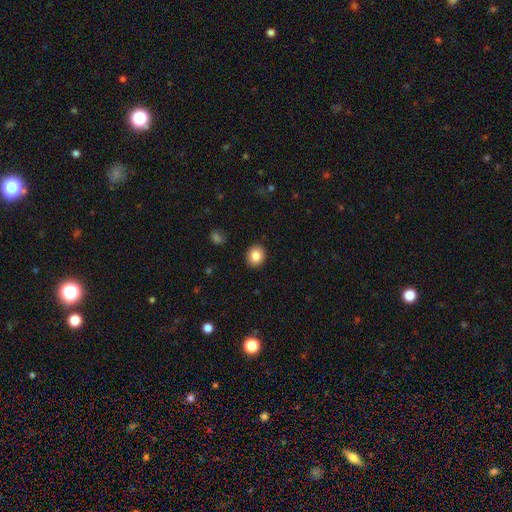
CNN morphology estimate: The model was most divided on "how rounded": round: 67%, in between: 32%, cigar-shaped: 1%. More confident: merging — none (91%); smooth or featured — smooth (85%).